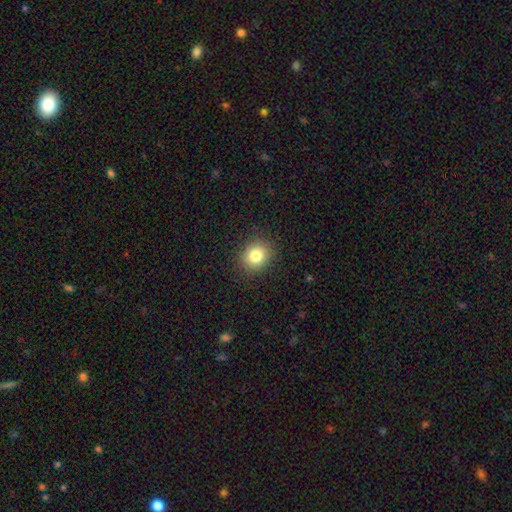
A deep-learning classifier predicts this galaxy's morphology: This appears to be a smooth galaxy with no disk features (80%) that is round (74%). Merging: none (89%).